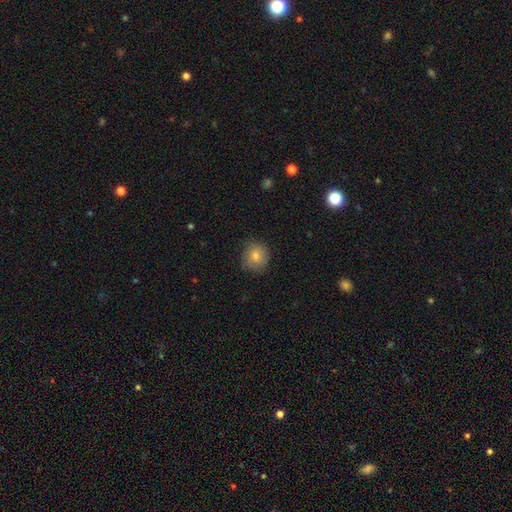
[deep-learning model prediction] A smooth galaxy with no disk features (75%) that is round (89%).

Vote fractions:
- Smooth or featured? smooth: 75% / featured or disk: 14% / star or artifact: 12%
- How rounded? round: 89% / in between: 10% / cigar-shaped: 1%
- Merging? none: 80% / minor disturbance: 15% / major disturbance: 3% / merger: 1%